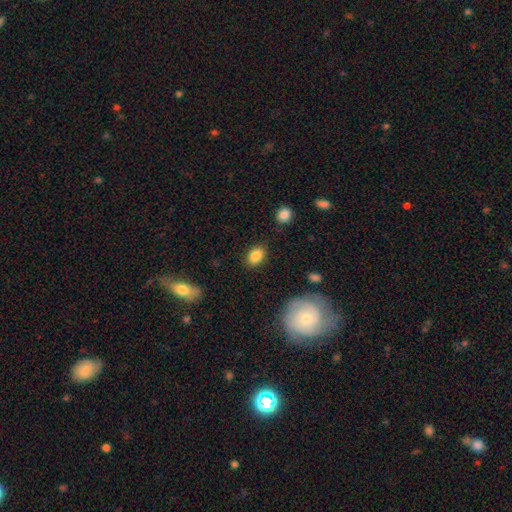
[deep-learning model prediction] smooth_or_featured: smooth (p=0.86) [alt: star or artifact p=0.08]
how_rounded: in between (p=0.79) [alt: round p=0.19]
merging: none (p=0.84) [alt: minor disturbance p=0.11]